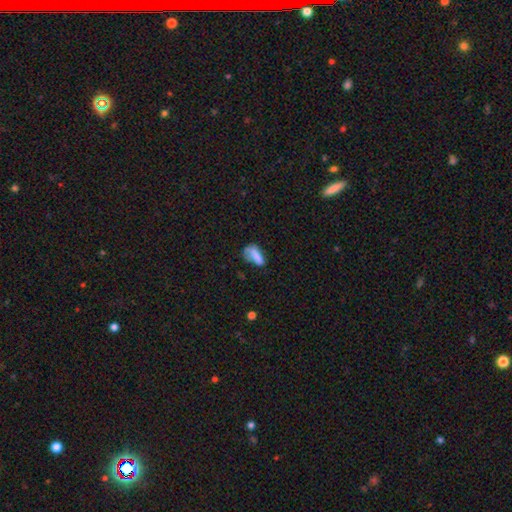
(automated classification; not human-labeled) smooth 76%, featured or disk 14%, star or artifact 10%. Down the decision tree: how rounded — in between (61%); merging — none (45%).